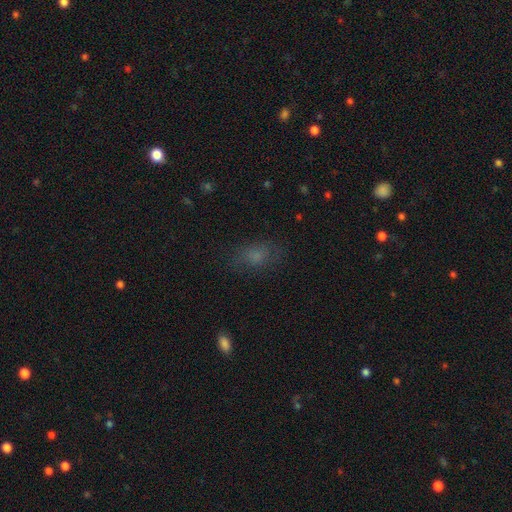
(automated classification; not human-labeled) A smooth galaxy with no disk features (68%) that is in between round and cigar-shaped (78%). Merging: none (73%).